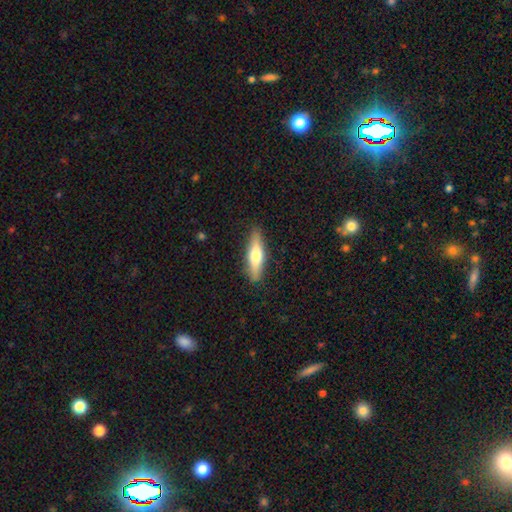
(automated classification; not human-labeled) Smooth or featured?
  - smooth: 58% *
  - featured or disk: 36%
  - star or artifact: 6%
How rounded?
  - cigar-shaped: 69% *
  - in between: 29%
  - round: 2%
Merging?
  - none: 87% *
  - minor disturbance: 10%
  - major disturbance: 2%
  - merger: 1%